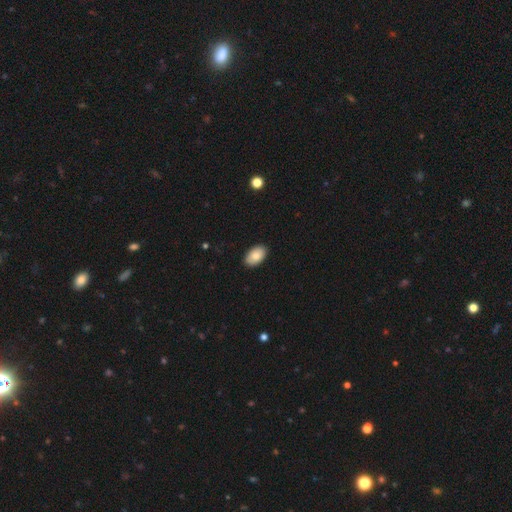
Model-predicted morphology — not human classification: Smooth or featured? Predicted: smooth (p=0.84). How rounded? Predicted: in between (p=0.94). Merging? Predicted: none (p=0.90).